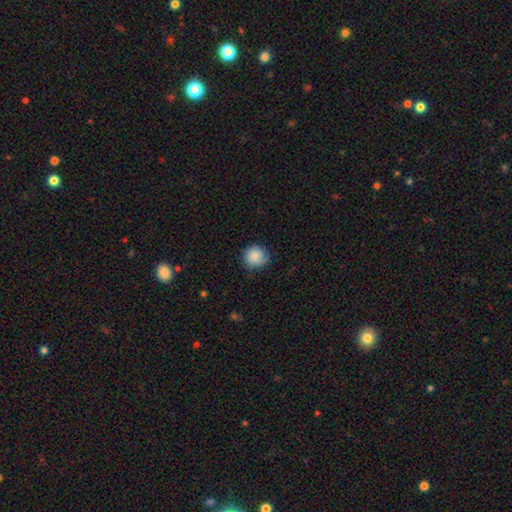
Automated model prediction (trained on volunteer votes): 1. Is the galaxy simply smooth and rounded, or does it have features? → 78% smooth, 14% featured or disk, 8% star or artifact.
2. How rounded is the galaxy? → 86% round, 13% in between, 1% cigar-shaped.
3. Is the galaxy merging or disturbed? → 68% none, 24% minor disturbance, 7% major disturbance, 1% merger.